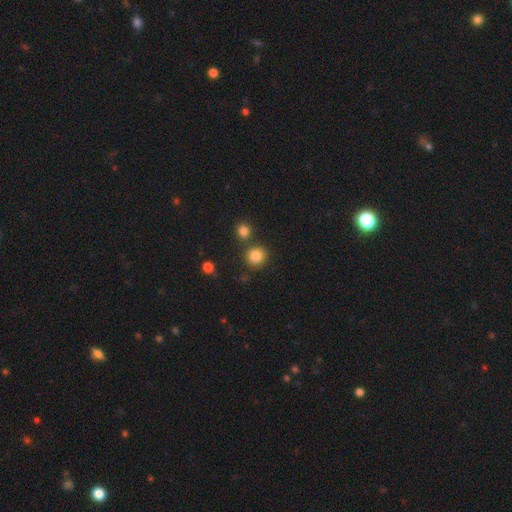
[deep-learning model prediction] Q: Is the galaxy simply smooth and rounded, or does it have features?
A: smooth — 84%.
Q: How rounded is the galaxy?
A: round — 82%.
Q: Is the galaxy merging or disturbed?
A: none — 75%.